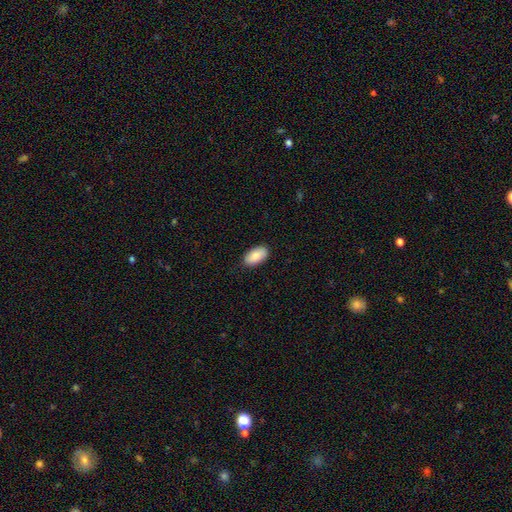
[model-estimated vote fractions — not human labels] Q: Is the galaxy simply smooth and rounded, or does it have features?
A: smooth — 87%.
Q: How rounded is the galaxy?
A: in between — 95%.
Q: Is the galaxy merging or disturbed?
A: none — 87%.